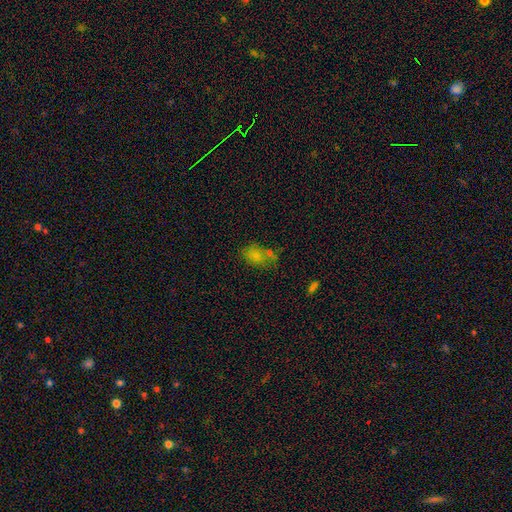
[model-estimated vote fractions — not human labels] smooth 73%, star or artifact 17%, featured or disk 10%. Down the decision tree: how rounded — in between (81%); merging — none (48%).